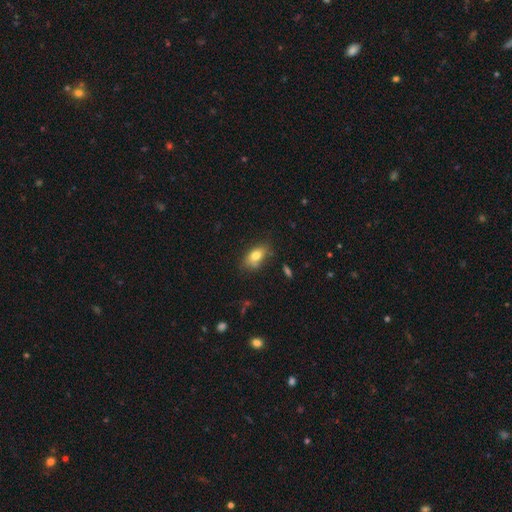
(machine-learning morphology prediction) Smooth or featured? smooth (78%)
How rounded? in between (87%)
Merging? none (69%)